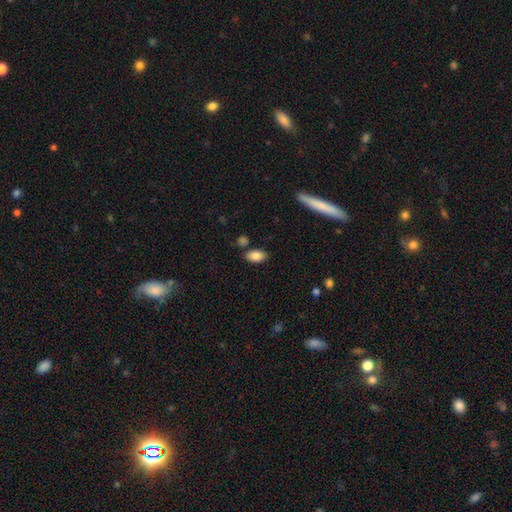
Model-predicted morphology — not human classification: Smooth or featured? Predicted: smooth (p=0.85). How rounded? Predicted: in between (p=0.91). Merging? Predicted: none (p=0.79).